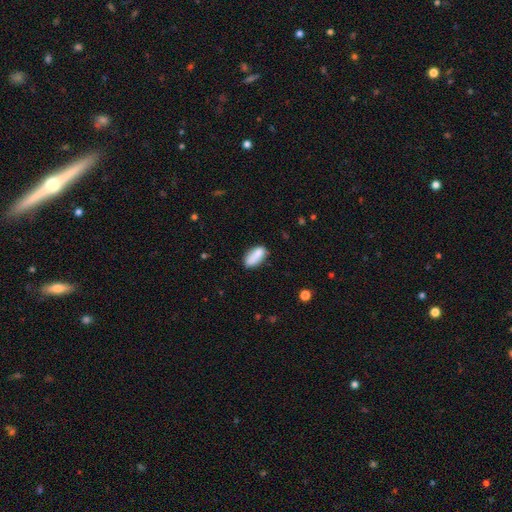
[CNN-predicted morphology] A smooth galaxy with no disk features (84%) that is in between round and cigar-shaped (85%). Merging: none (68%).